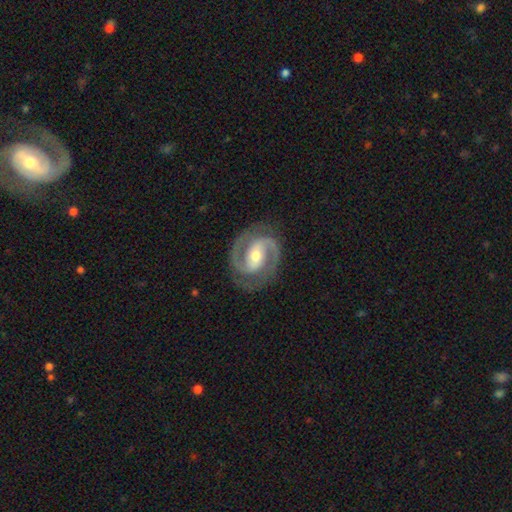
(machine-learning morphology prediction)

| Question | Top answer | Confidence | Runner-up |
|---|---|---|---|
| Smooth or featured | featured or disk | 93% | smooth (4%) |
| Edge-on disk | no | 98% | yes (2%) |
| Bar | strong | 40% | weak (38%) |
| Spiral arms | yes | 98% | no (2%) |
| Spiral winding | medium | 52% | tight (41%) |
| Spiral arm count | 2 | 94% | can't tell (2%) |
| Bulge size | moderate | 62% | small (32%) |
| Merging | none | 85% | minor disturbance (11%) |